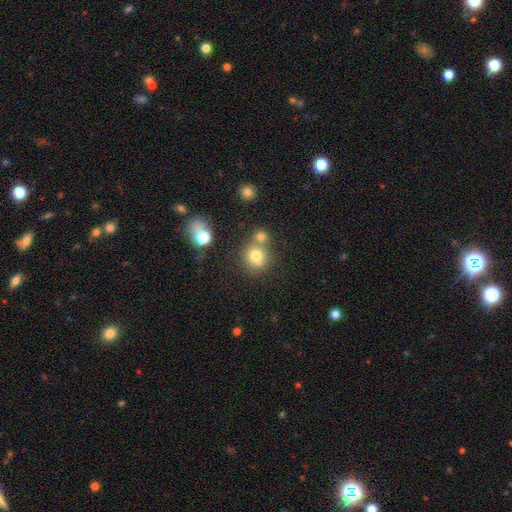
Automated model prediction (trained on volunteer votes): Smooth or featured: smooth — 74% (star or artifact — 15%)
How rounded: round — 85% (in between — 14%)
Merging: none — 55% (merger — 31%)